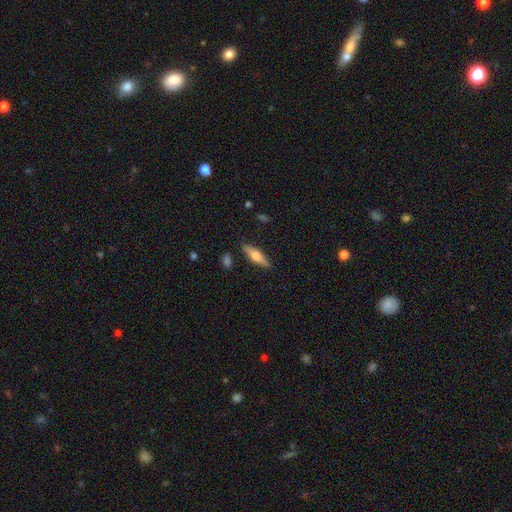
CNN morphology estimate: Smooth or featured?
  - smooth: 51% *
  - featured or disk: 42%
  - star or artifact: 6%
How rounded?
  - cigar-shaped: 63% *
  - in between: 34%
  - round: 2%
Merging?
  - none: 86% *
  - minor disturbance: 9%
  - major disturbance: 2%
  - merger: 2%